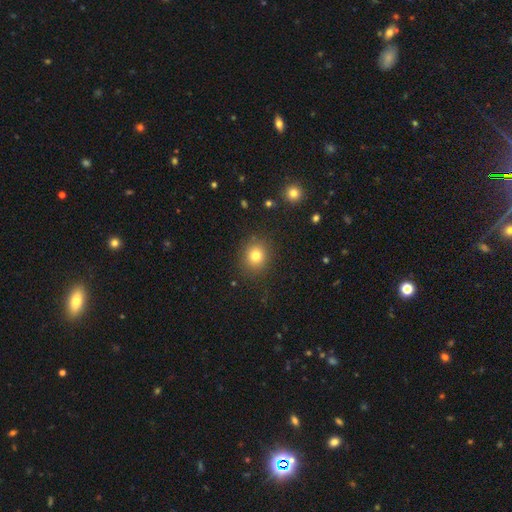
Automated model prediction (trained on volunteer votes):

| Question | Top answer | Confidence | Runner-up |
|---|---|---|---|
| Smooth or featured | smooth | 79% | star or artifact (13%) |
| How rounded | round | 79% | in between (20%) |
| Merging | none | 88% | minor disturbance (8%) |